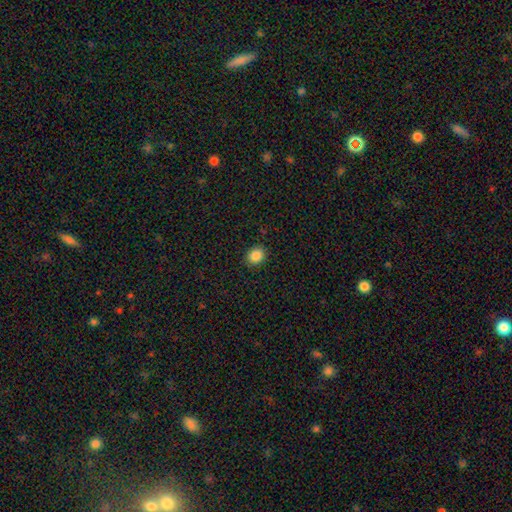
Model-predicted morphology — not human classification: type=smooth (87%); roundness=round (55%); merging=none (89%).